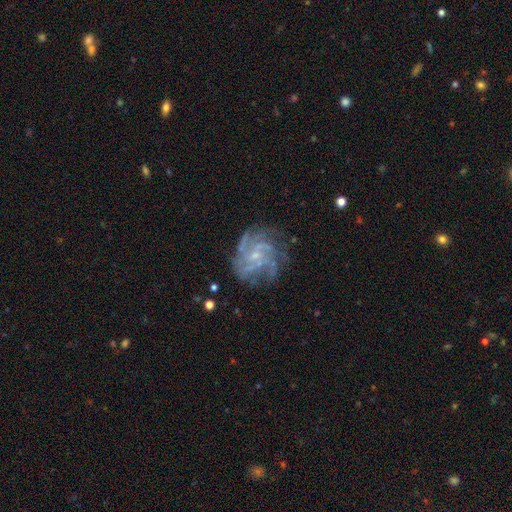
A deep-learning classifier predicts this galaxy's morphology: Smooth or featured: featured or disk — 82% (star or artifact — 9%)
Edge-on disk: no — 98% (yes — 2%)
Bar: no — 61% (weak — 33%)
Spiral arms: yes — 93% (no — 7%)
Spiral winding: tight — 44% (medium — 42%)
Spiral arm count: 4 — 29% (can't tell — 27%)
Bulge size: small — 72% (moderate — 17%)
Merging: none — 68% (minor disturbance — 18%)